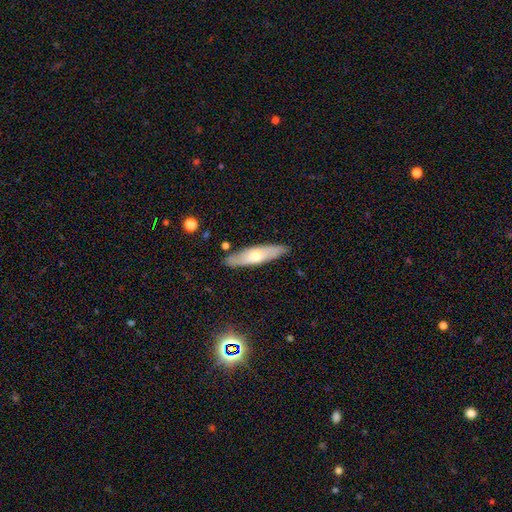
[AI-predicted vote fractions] Smooth or featured: smooth — 51% (featured or disk — 42%)
How rounded: cigar-shaped — 65% (in between — 33%)
Merging: none — 85% (minor disturbance — 11%)